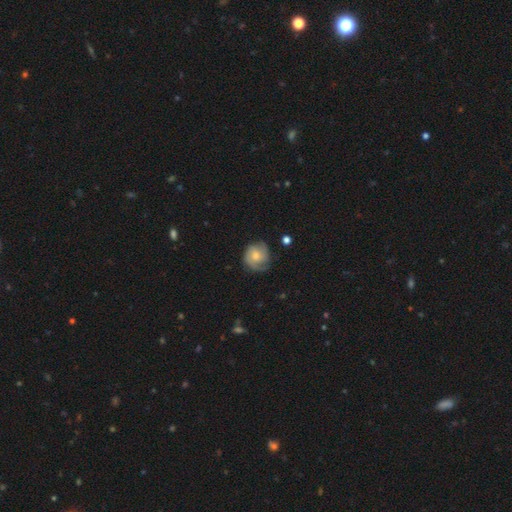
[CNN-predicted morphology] Smooth or featured: featured or disk — 52% (smooth — 41%)
Edge-on disk: no — 97% (yes — 3%)
Bar: no — 72% (weak — 24%)
Spiral arms: yes — 85% (no — 15%)
Bulge size: moderate — 52% (small — 37%)
Merging: none — 64% (minor disturbance — 24%)